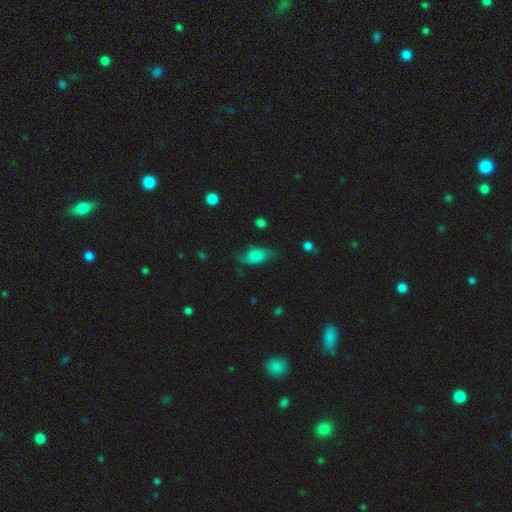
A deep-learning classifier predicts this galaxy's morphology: This is likely a smooth galaxy (63%). How rounded: clearly in between (86%). Merging: possibly none (55%).